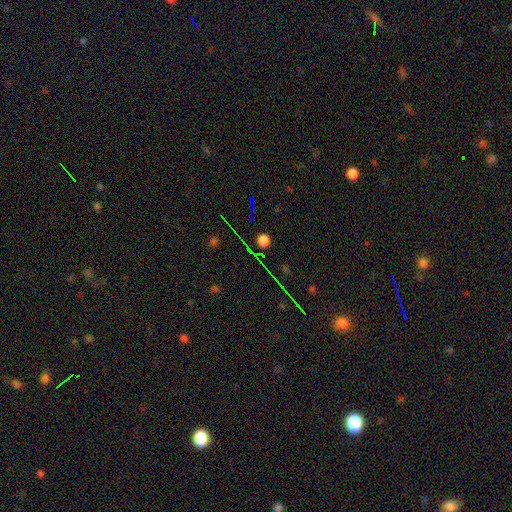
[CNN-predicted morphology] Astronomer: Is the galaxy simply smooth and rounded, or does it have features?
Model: star or artifact — 70%.